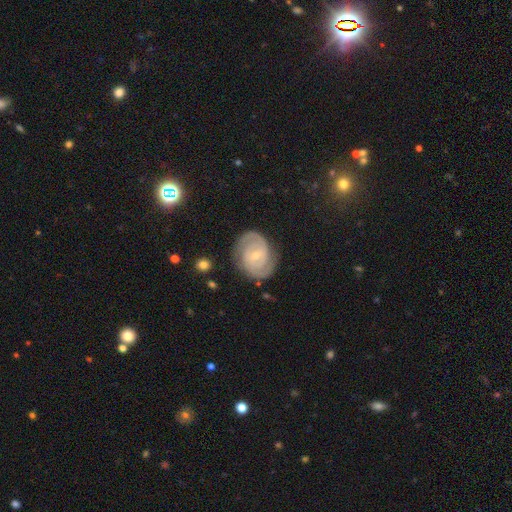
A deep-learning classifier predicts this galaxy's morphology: Overall: featured or disk (86%). Edge-on disk: no (98%). Bar: no (49%; weak 41%). Spiral arms: yes (96%). Spiral arm count: 2 (79%). Spiral winding: tight (59%; medium 34%). Bulge size: small (70%). Merging: none (79%).